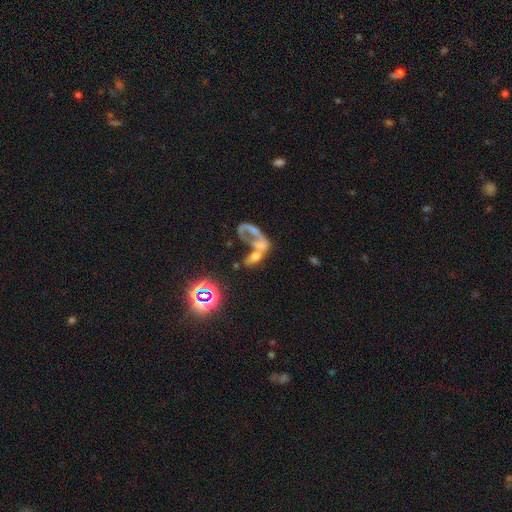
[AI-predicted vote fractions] Q: Smooth or featured?
A: featured or disk (44%); runner-up: smooth (31%)
Q: Merging?
A: merger (56%); runner-up: major disturbance (22%)